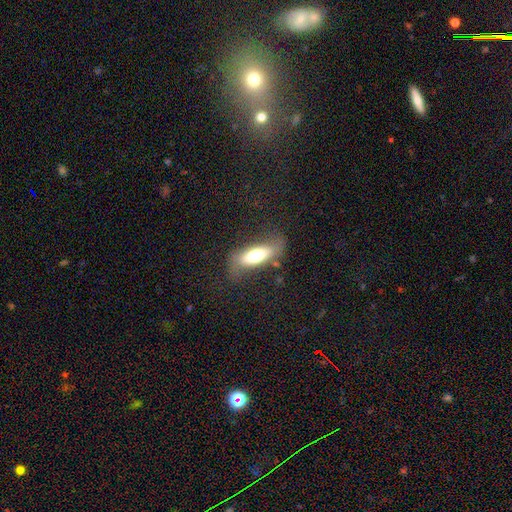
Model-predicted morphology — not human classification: smooth-or-featured: smooth: 55% | featured or disk: 39% | star or artifact: 6%
  how-rounded: in between: 61% | cigar-shaped: 36% | round: 3%
  merging: none: 65% | minor disturbance: 21% | major disturbance: 11% | merger: 2%